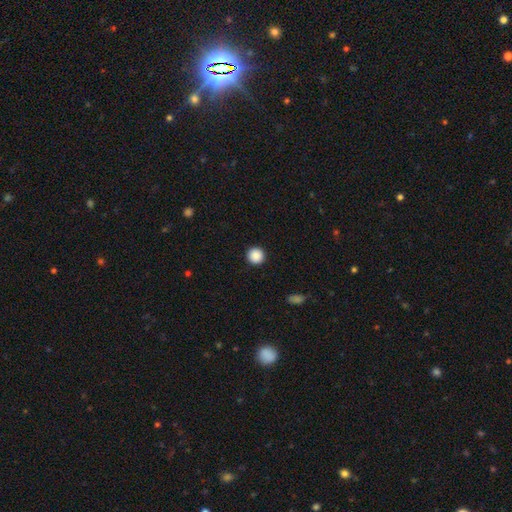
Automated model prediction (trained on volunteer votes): smooth 89%, star or artifact 9%, featured or disk 2%. Down the decision tree: how rounded — round (96%); merging — none (93%).